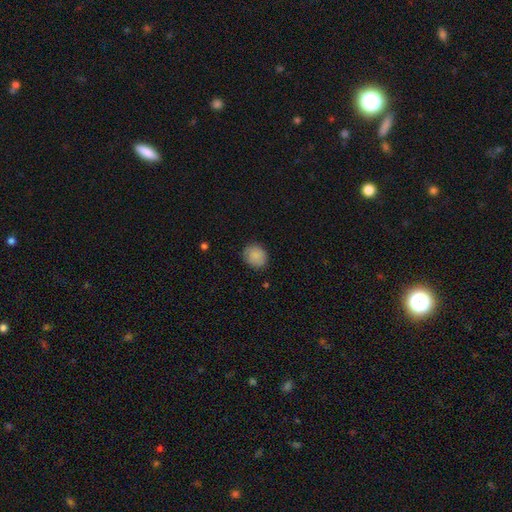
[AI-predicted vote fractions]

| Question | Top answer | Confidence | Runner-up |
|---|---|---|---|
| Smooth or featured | smooth | 87% | star or artifact (8%) |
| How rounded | round | 73% | in between (26%) |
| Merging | none | 81% | minor disturbance (15%) |